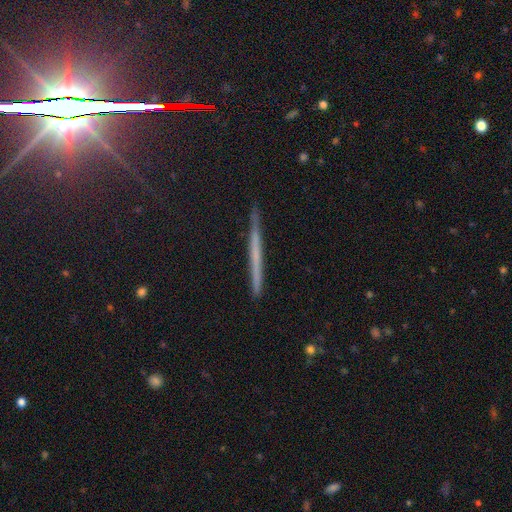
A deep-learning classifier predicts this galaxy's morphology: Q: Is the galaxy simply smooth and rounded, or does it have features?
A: featured or disk — 48%.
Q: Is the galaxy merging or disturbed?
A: none — 89%.